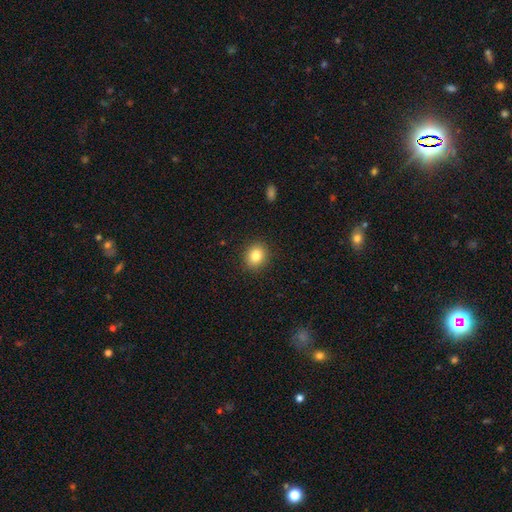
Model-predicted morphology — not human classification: Smooth or featured? smooth (82%)
How rounded? round (72%)
Merging? none (90%)